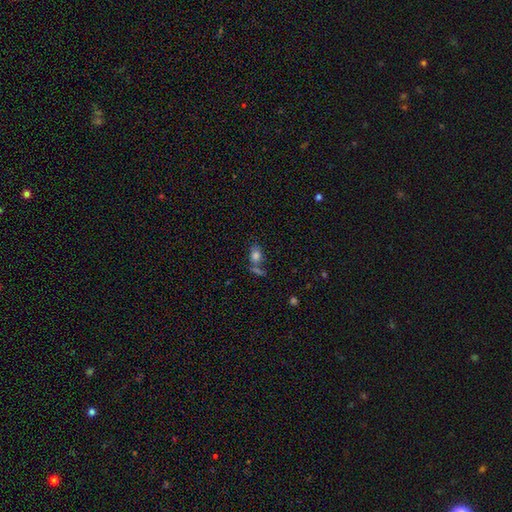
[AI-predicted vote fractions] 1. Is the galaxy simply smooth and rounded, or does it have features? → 79% smooth, 11% star or artifact, 10% featured or disk.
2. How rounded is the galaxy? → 75% in between, 22% round, 2% cigar-shaped.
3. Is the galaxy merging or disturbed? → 53% none, 25% merger, 15% minor disturbance, 8% major disturbance.